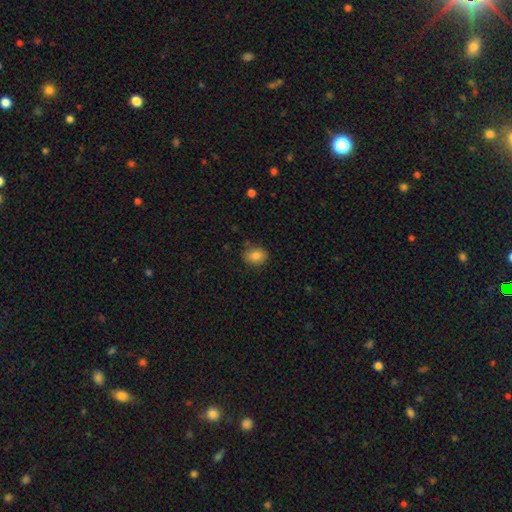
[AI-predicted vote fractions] Overall: smooth (82%). How rounded: in between (54%; round 45%). Merging: none (82%).